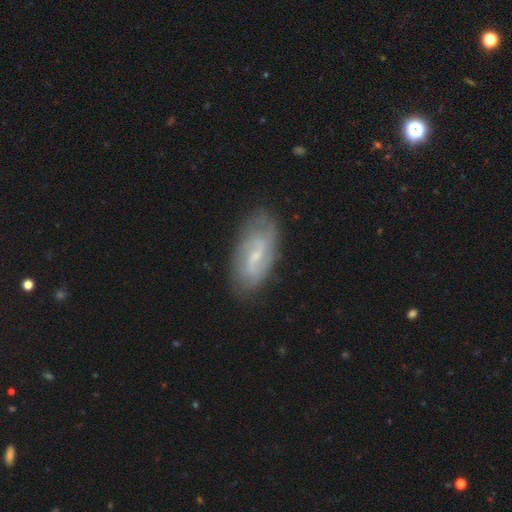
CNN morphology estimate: Smooth or featured? featured or disk (70%)
Edge-on disk? no (93%)
Bar? weak (59%)
Spiral arms? yes (83%)
Spiral winding? medium (38%)
Spiral arm count? 2 (56%)
Bulge size? small (60%)
Merging? none (76%)